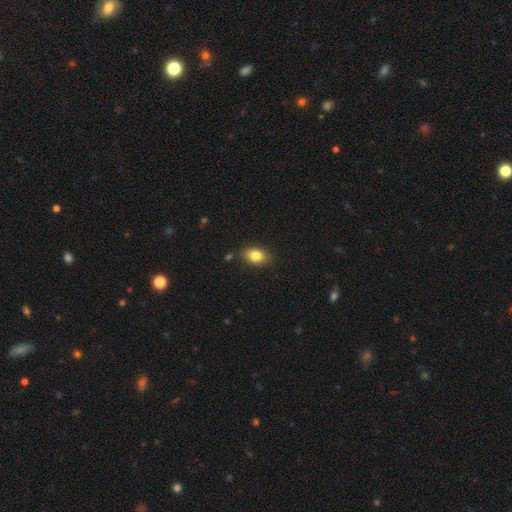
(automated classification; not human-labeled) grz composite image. It shows a smooth galaxy with no disk features (83%) that is in between round and cigar-shaped (83%). Merging: none (85%).